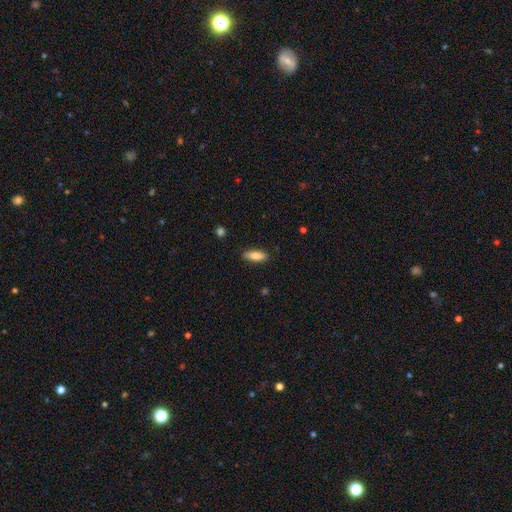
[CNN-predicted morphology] smooth_or_featured: smooth (p=0.82) [alt: featured or disk p=0.12]
how_rounded: in between (p=0.64) [alt: cigar-shaped p=0.33]
merging: none (p=0.86) [alt: minor disturbance p=0.11]